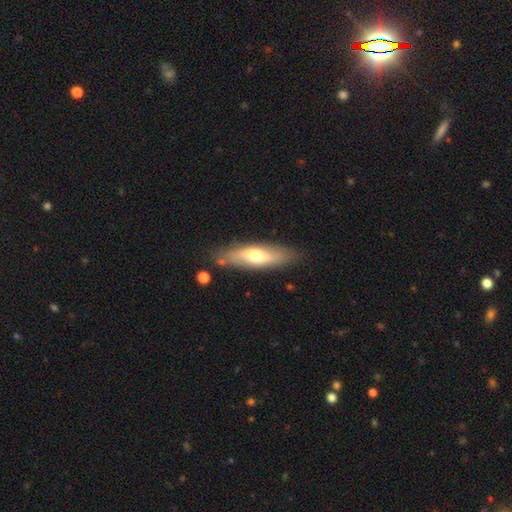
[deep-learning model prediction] Smooth or featured? smooth (55%)
How rounded? cigar-shaped (56%)
Merging? none (78%)